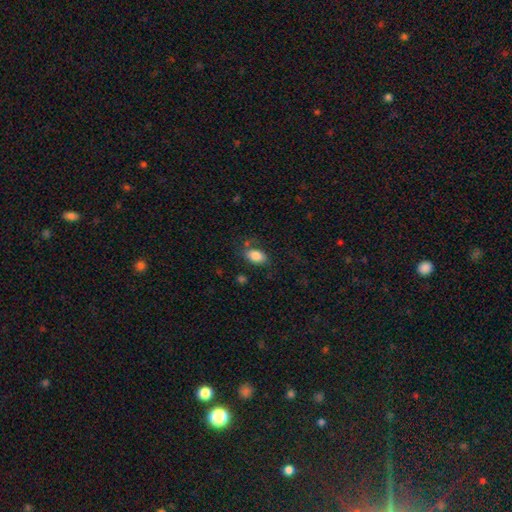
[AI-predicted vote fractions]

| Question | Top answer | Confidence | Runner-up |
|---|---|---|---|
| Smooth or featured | smooth | 85% | star or artifact (8%) |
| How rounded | in between | 89% | round (9%) |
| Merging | none | 70% | minor disturbance (18%) |